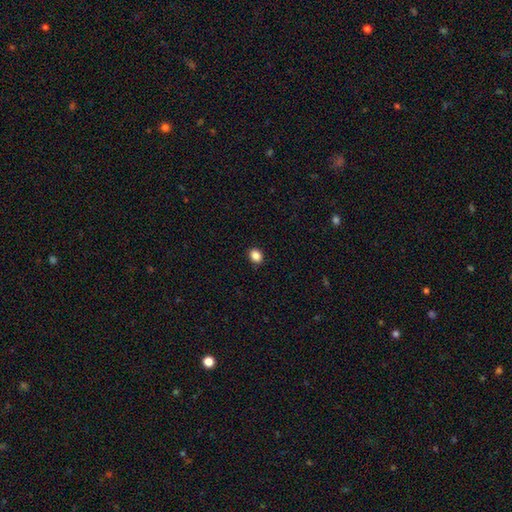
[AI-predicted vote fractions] Overall: smooth (86%). How rounded: round (51%; in between 48%). Merging: none (90%).